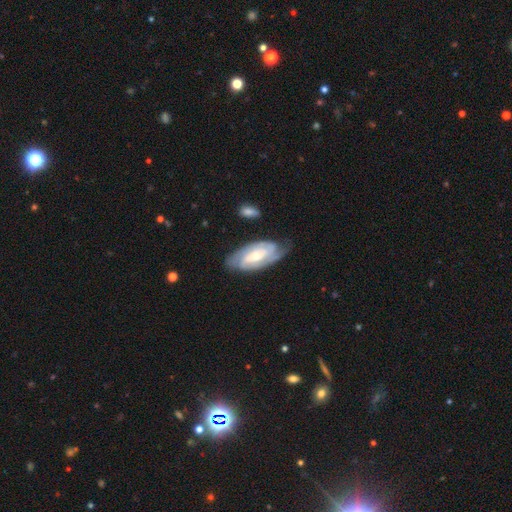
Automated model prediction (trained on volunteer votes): Overall: featured or disk (81%). Edge-on disk: no (93%). Bar: no (46%; weak 37%). Spiral arms: yes (93%). Spiral arm count: 2 (52%; can't tell 25%). Spiral winding: tight (61%; medium 31%). Bulge size: small (49%; moderate 46%). Merging: none (69%).